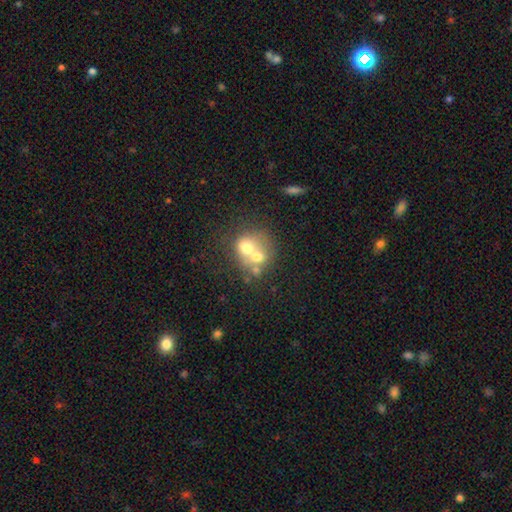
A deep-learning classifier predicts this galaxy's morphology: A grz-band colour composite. It shows a smooth galaxy with no disk features (57%) that is round (75%). Merging: merger (61%).